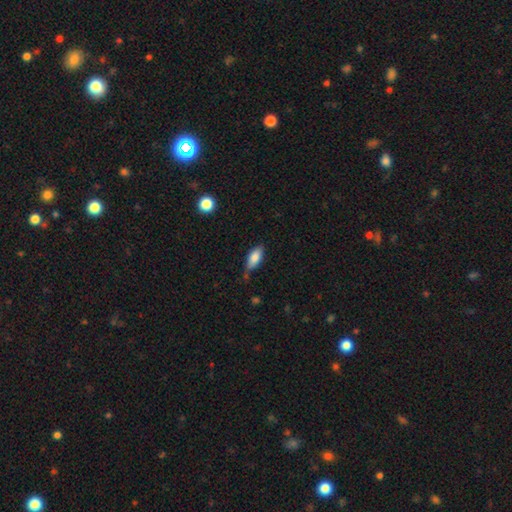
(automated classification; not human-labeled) Smooth or featured? Predicted: smooth (p=0.81). How rounded? Predicted: in between (p=0.82). Merging? Predicted: none (p=0.65).